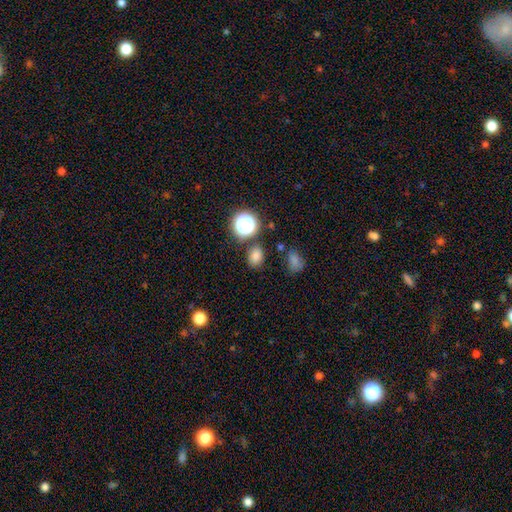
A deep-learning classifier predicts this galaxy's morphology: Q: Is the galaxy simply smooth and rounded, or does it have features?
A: smooth — 77%.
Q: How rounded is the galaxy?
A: in between — 58%.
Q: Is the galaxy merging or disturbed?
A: none — 78%.